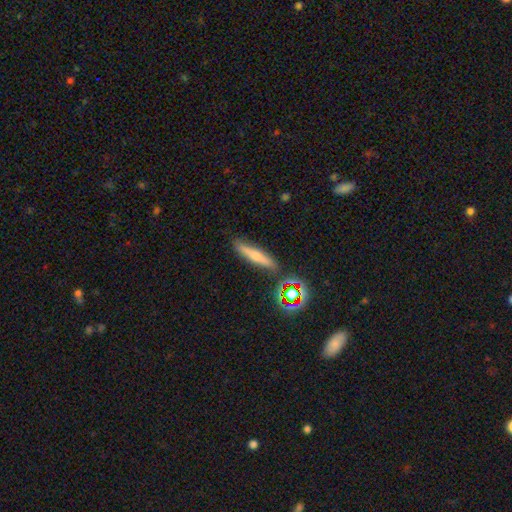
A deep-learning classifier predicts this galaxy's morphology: Q: Smooth or featured?
A: featured or disk (45%); runner-up: smooth (34%)
Q: Merging?
A: none (79%); runner-up: minor disturbance (13%)